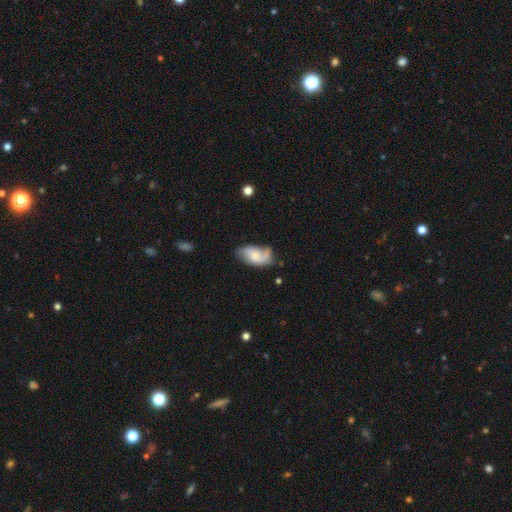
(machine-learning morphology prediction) This appears to be a featured or disk galaxy (63%) with no bar (64%), 2 (72%) loose (42%) spiral arms (91%) and a small central bulge (44%). Merging: none (55%).